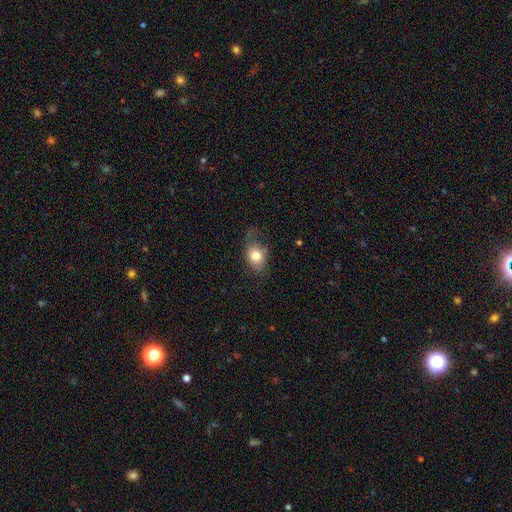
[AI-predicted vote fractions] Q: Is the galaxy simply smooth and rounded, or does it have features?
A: smooth — 77%.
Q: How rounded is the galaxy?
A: in between — 65%.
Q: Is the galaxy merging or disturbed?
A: none — 47%.